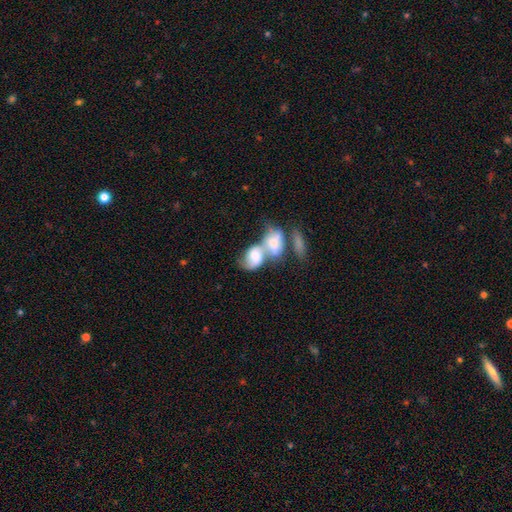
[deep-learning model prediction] Smooth or featured? Predicted: smooth (p=0.47). Merging? Predicted: merger (p=0.77).